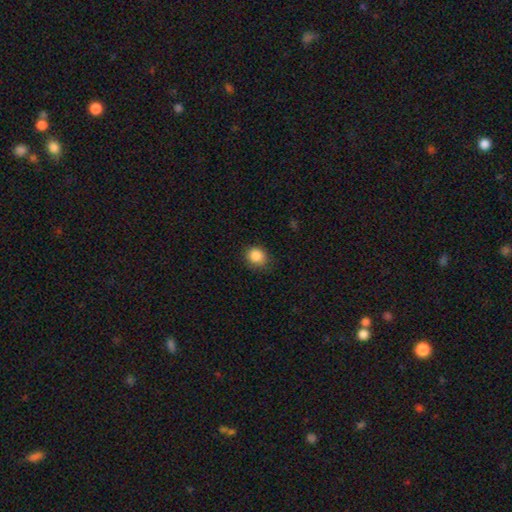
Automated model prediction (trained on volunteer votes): A smooth galaxy with no disk features (87%) that is round (73%). Merging: none (81%).